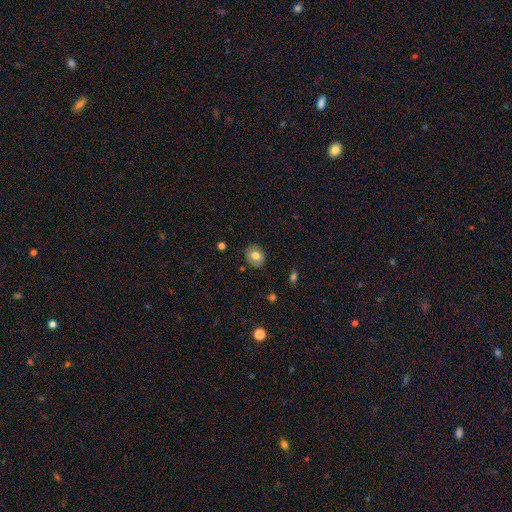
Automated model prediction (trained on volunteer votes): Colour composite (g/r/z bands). It shows a smooth galaxy with no disk features (73%) that is round (60%). Merging: none (83%).